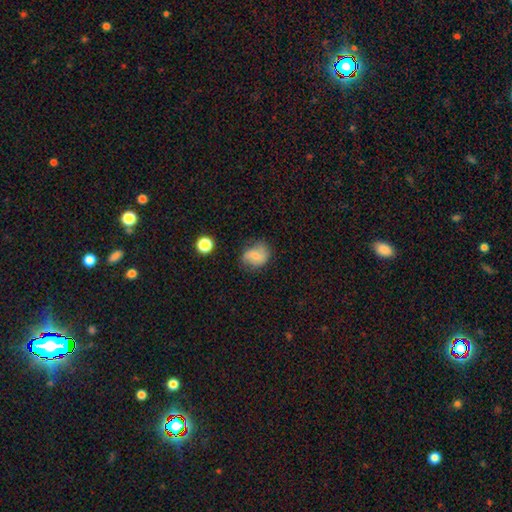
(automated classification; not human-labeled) This appears to be a smooth galaxy with no disk features (60%) that is round (58%). Merging: none (61%).